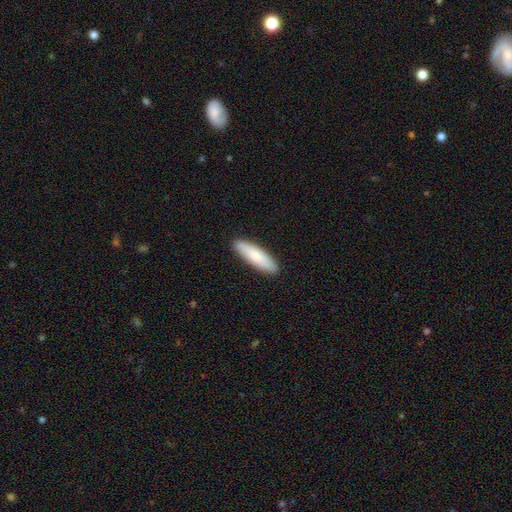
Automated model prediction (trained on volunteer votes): smooth-or-featured: smooth: 80% | featured or disk: 15% | star or artifact: 5%
  how-rounded: cigar-shaped: 68% | in between: 31% | round: 1%
  merging: none: 90% | minor disturbance: 7% | major disturbance: 1% | merger: 1%